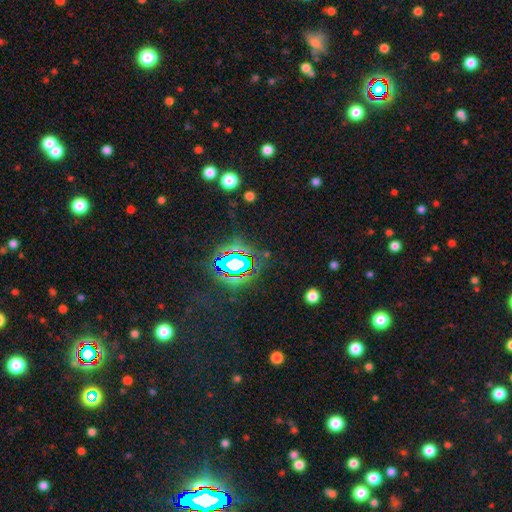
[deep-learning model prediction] smooth-or-featured: star or artifact: 81% | smooth: 12% | featured or disk: 7%